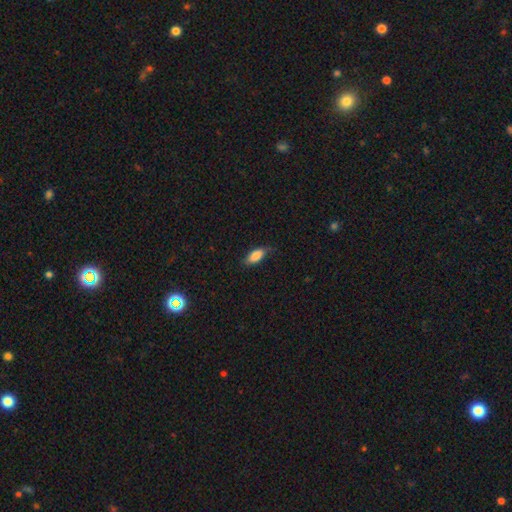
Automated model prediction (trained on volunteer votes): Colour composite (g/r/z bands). It shows a smooth galaxy with no disk features (84%) that is in between round and cigar-shaped (84%). Merging: none (69%).